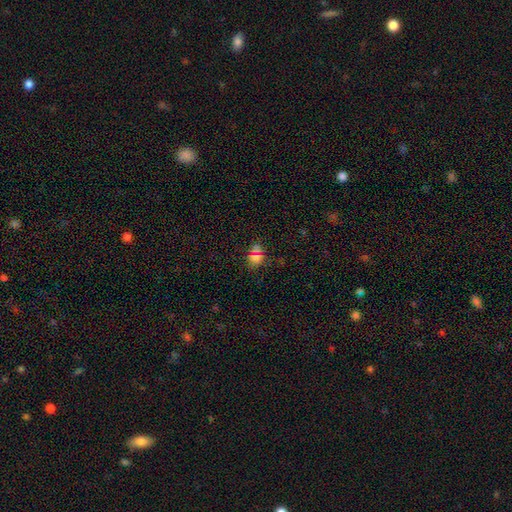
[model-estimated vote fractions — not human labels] Smooth or featured?
  - smooth: 62% *
  - star or artifact: 31%
  - featured or disk: 7%
How rounded?
  - round: 62% *
  - in between: 36%
  - cigar-shaped: 2%
Merging?
  - none: 78% *
  - minor disturbance: 12%
  - merger: 6%
  - major disturbance: 4%